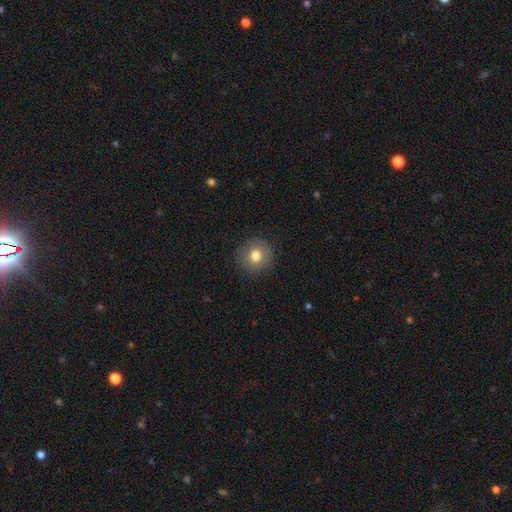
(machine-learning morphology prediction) Smooth or featured? smooth (78%)
How rounded? round (90%)
Merging? none (88%)